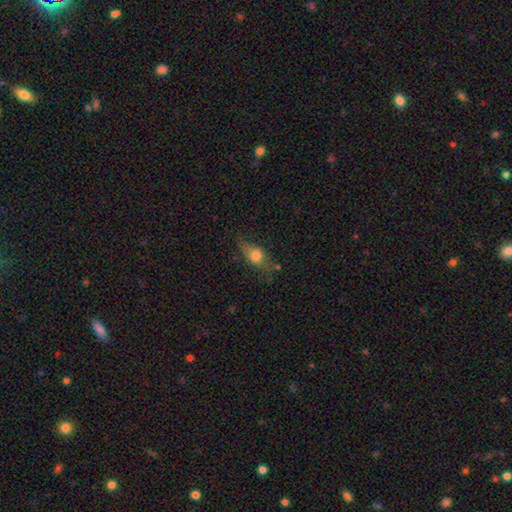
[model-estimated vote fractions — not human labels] smooth_or_featured: smooth (p=0.59) [alt: featured or disk p=0.31]
how_rounded: in between (p=0.67) [alt: round p=0.19]
merging: none (p=0.49) [alt: minor disturbance p=0.28]